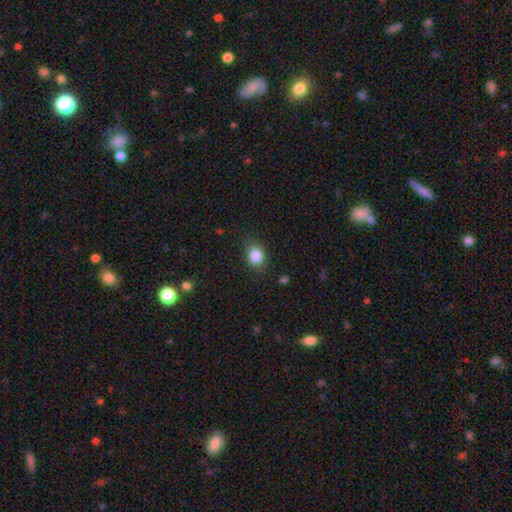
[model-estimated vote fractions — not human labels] Overall: smooth (85%). How rounded: round (55%; in between 44%). Merging: none (77%).